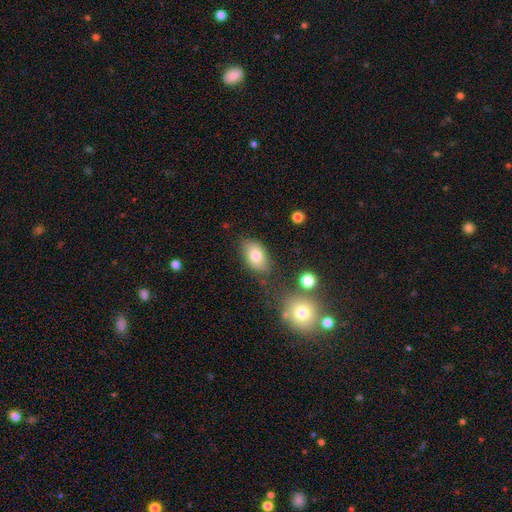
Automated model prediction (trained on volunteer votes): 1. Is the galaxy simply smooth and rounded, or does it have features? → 79% smooth, 12% featured or disk, 9% star or artifact.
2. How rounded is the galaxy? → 89% in between, 10% round, 2% cigar-shaped.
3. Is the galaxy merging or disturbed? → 76% none, 15% minor disturbance, 5% merger, 4% major disturbance.